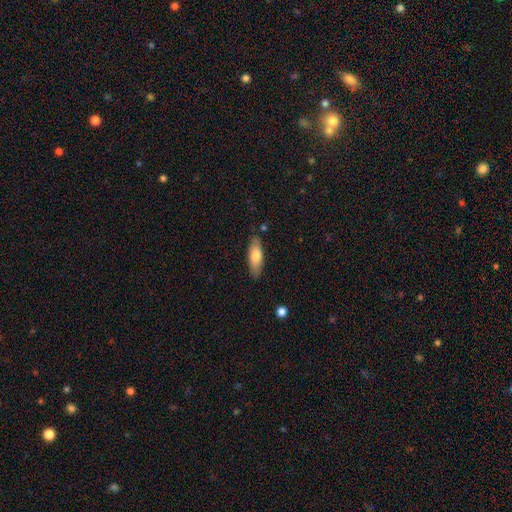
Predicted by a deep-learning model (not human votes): smooth_or_featured: smooth (p=0.73) [alt: featured or disk p=0.21]
how_rounded: in between (p=0.62) [alt: cigar-shaped p=0.36]
merging: none (p=0.84) [alt: minor disturbance p=0.12]